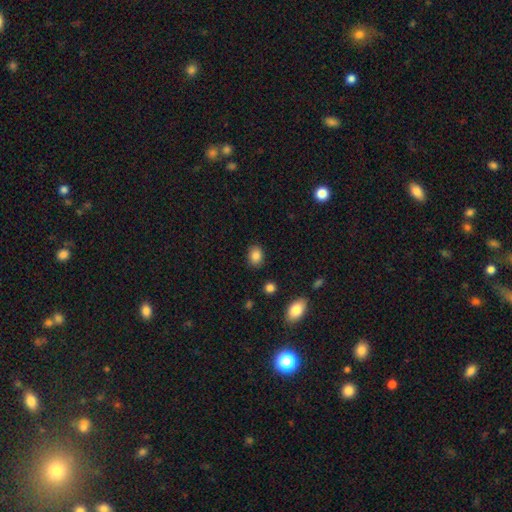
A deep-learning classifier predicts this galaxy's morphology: smooth_or_featured: smooth (p=0.86) [alt: star or artifact p=0.09]
how_rounded: in between (p=0.60) [alt: round p=0.39]
merging: none (p=0.86) [alt: minor disturbance p=0.10]